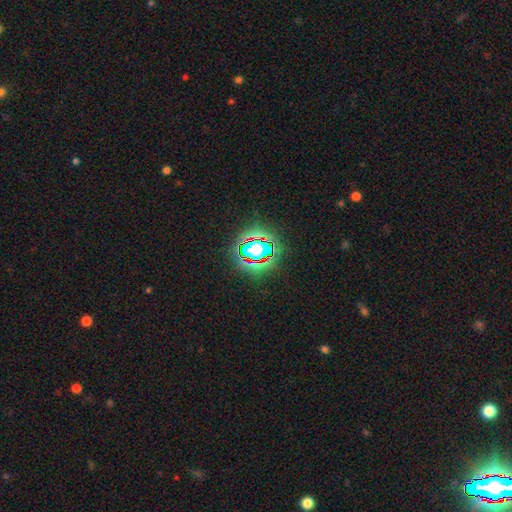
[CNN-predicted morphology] Smooth or featured?
  - star or artifact: 82% *
  - smooth: 11%
  - featured or disk: 7%